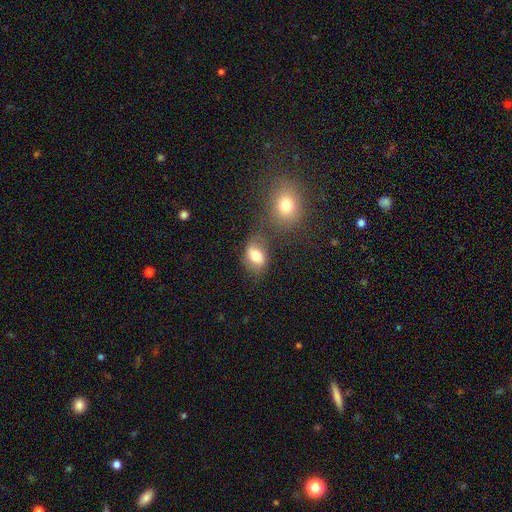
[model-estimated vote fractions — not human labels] A smooth galaxy with no disk features (70%) that is in between round and cigar-shaped (75%).

Vote fractions:
- Smooth or featured? smooth: 70% / featured or disk: 19% / star or artifact: 11%
- How rounded? in between: 75% / round: 23% / cigar-shaped: 2%
- Merging? none: 53% / minor disturbance: 20% / merger: 17% / major disturbance: 9%